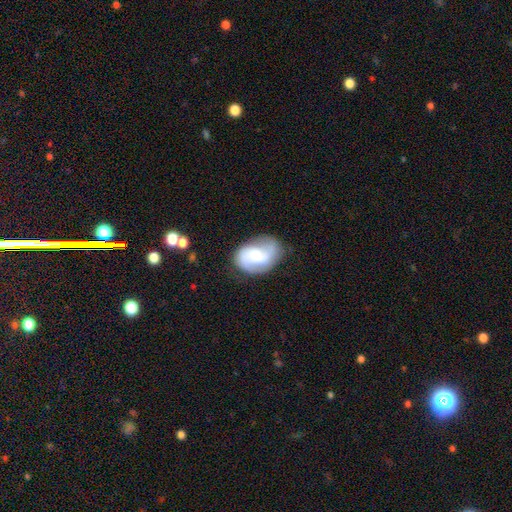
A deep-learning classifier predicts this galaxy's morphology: Smooth or featured? Predicted: featured or disk (p=0.70). Edge-on disk? Predicted: no (p=0.97). Bar? Predicted: no (p=0.47). Spiral arms? Predicted: yes (p=0.91). Spiral winding? Predicted: medium (p=0.45). Spiral arm count? Predicted: 2 (p=0.79). Bulge size? Predicted: moderate (p=0.49). Merging? Predicted: none (p=0.69).